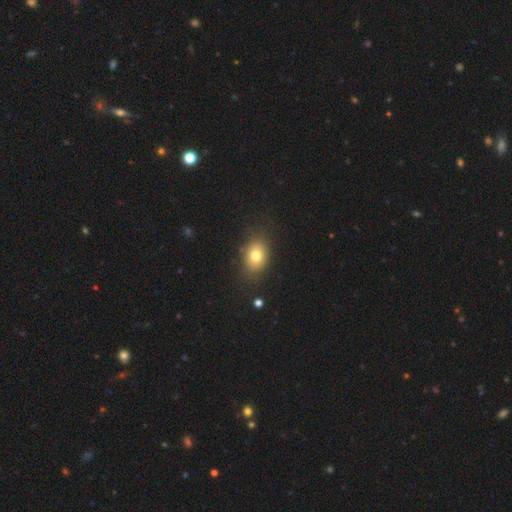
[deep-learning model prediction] Overall: smooth (78%). How rounded: in between (67%; round 31%). Merging: none (82%).